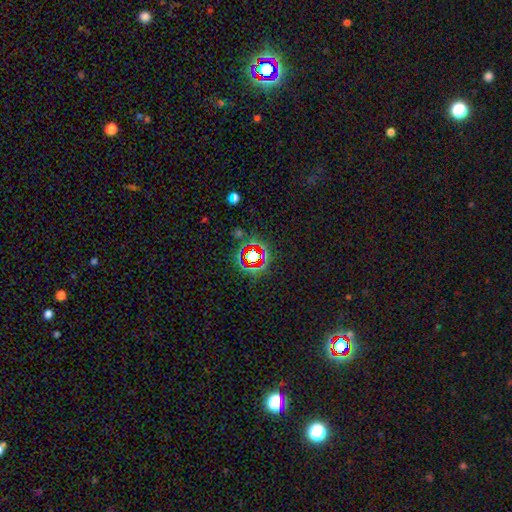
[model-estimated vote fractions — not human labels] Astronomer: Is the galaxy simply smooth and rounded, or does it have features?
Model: star or artifact — 69%.